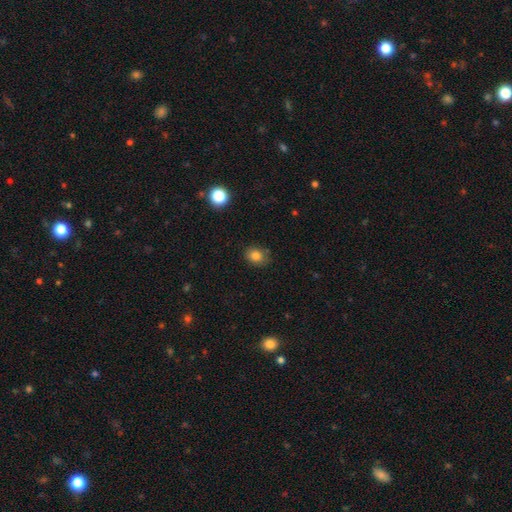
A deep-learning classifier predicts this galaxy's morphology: smooth_or_featured: smooth (p=0.82) [alt: star or artifact p=0.11]
how_rounded: in between (p=0.50) [alt: round p=0.49]
merging: none (p=0.80) [alt: minor disturbance p=0.15]